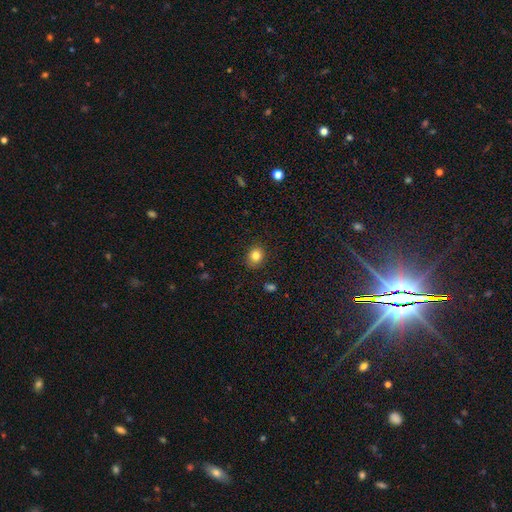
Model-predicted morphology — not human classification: Smooth or featured: smooth — 82% (star or artifact — 11%)
How rounded: round — 64% (in between — 35%)
Merging: none — 87% (minor disturbance — 10%)